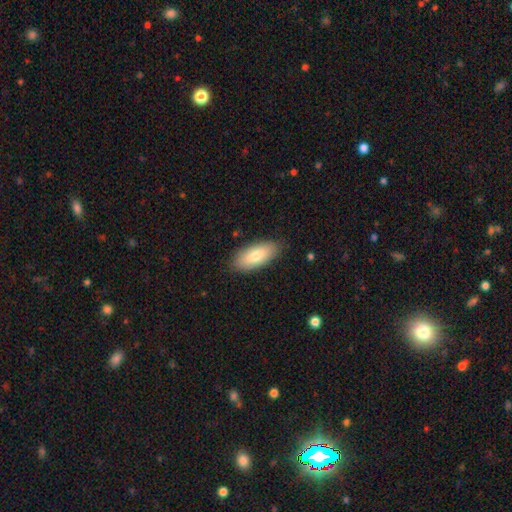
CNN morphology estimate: A smooth galaxy with no disk features (77%) that is in between round and cigar-shaped (85%). Merging: none (87%).